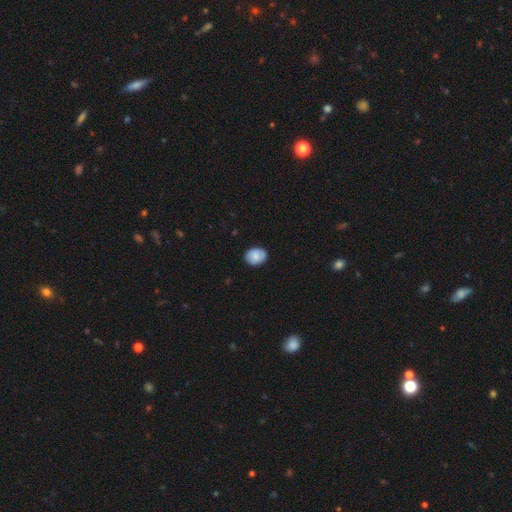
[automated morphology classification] Smooth or featured?
  - smooth: 77% *
  - featured or disk: 16%
  - star or artifact: 7%
How rounded?
  - in between: 53% *
  - round: 46%
  - cigar-shaped: 1%
Merging?
  - none: 84% *
  - minor disturbance: 13%
  - major disturbance: 2%
  - merger: 1%